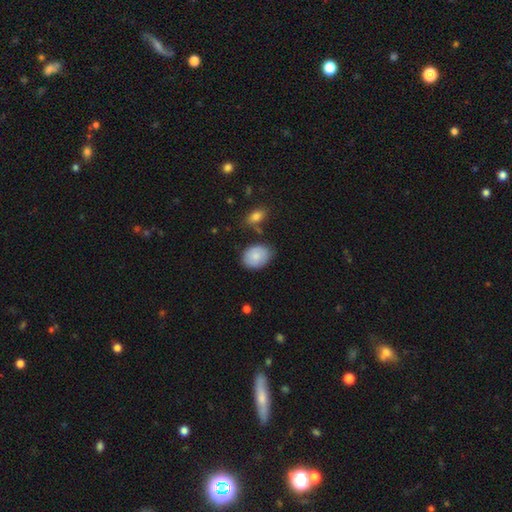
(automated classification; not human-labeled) smooth 81%, featured or disk 13%, star or artifact 6%. Down the decision tree: how rounded — in between (66%); merging — none (72%).